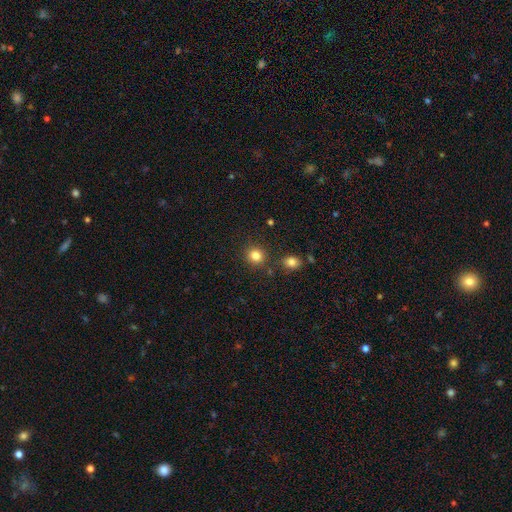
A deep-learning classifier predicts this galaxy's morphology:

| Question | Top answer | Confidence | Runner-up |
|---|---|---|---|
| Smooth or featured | smooth | 83% | star or artifact (12%) |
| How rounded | round | 86% | in between (13%) |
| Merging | none | 85% | minor disturbance (8%) |